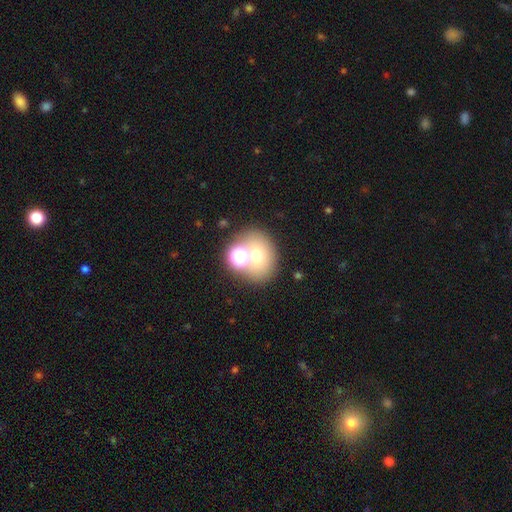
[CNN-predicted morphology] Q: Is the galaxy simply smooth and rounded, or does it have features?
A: smooth — 61%.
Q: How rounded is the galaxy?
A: round — 61%.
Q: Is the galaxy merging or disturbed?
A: none — 54%.